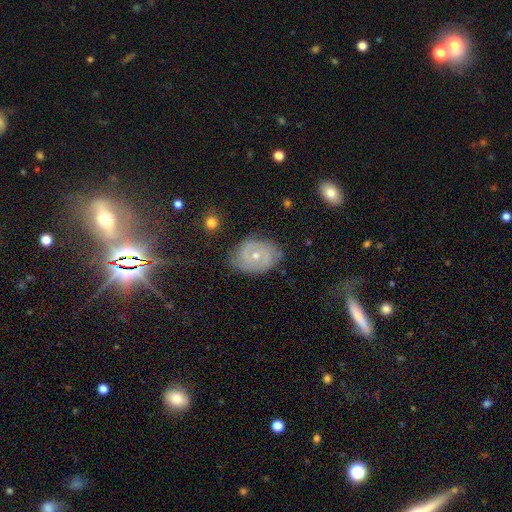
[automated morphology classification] featured or disk 71%, smooth 20%, star or artifact 9%. Down the decision tree: edge-on disk — no (96%); bar — no (68%); spiral arms — yes (84%); spiral arm count — 2 (58%); spiral winding — tight (56%); bulge size — small (52%); merging — none (72%).